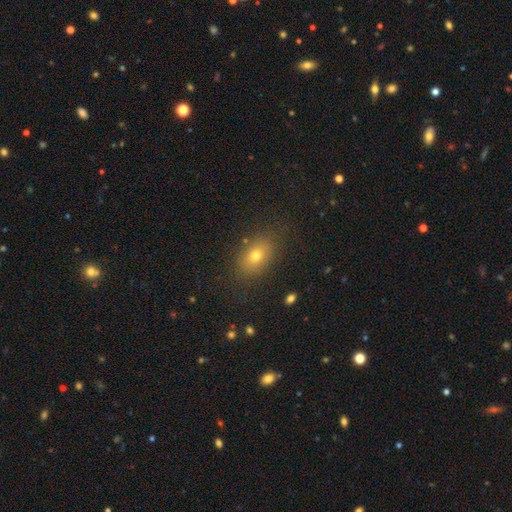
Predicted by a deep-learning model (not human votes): Smooth or featured? smooth (73%)
How rounded? in between (79%)
Merging? none (81%)